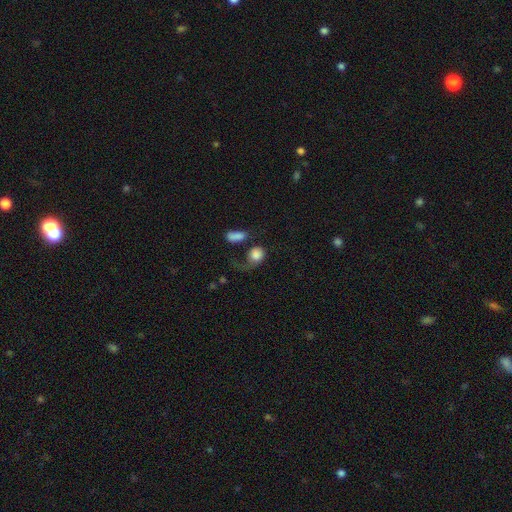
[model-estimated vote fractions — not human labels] Overall: smooth (76%). How rounded: round (59%; in between 39%). Merging: major disturbance (40%; none 25%).